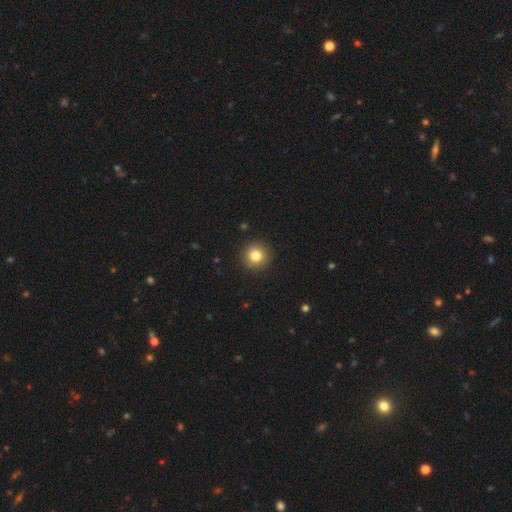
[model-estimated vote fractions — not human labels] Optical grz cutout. It shows a smooth galaxy with no disk features (82%) that is round (95%). Merging: none (92%).